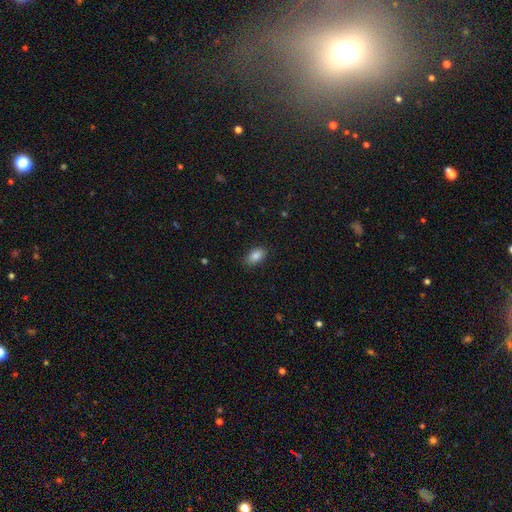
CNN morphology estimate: smooth_or_featured: smooth (p=0.86) [alt: star or artifact p=0.08]
how_rounded: in between (p=0.92) [alt: round p=0.06]
merging: none (p=0.86) [alt: minor disturbance p=0.10]